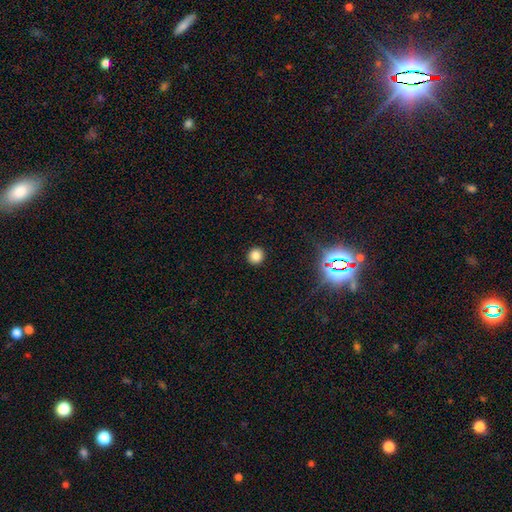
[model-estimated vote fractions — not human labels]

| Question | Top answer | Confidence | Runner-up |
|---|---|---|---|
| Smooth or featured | smooth | 82% | star or artifact (13%) |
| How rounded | round | 94% | in between (6%) |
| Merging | none | 93% | minor disturbance (4%) |